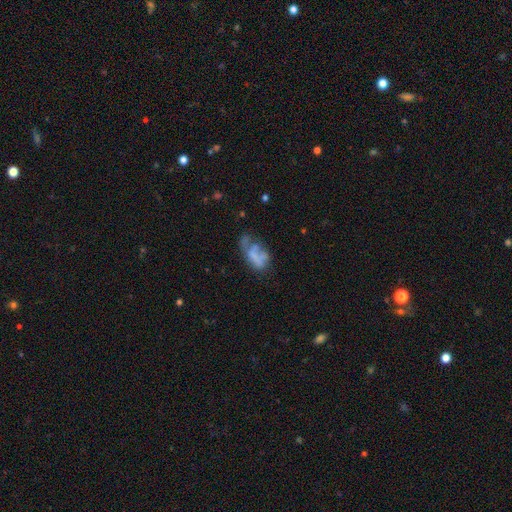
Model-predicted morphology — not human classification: Smooth or featured?
  - featured or disk: 46% *
  - smooth: 41%
  - star or artifact: 13%
Merging?
  - major disturbance: 36% *
  - none: 29%
  - minor disturbance: 25%
  - merger: 10%